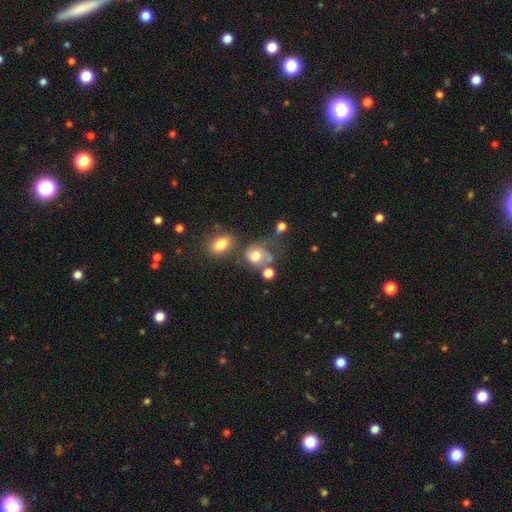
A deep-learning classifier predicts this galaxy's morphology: smooth 60%, featured or disk 28%, star or artifact 12%. Down the decision tree: how rounded — round (62%); merging — none (32%).